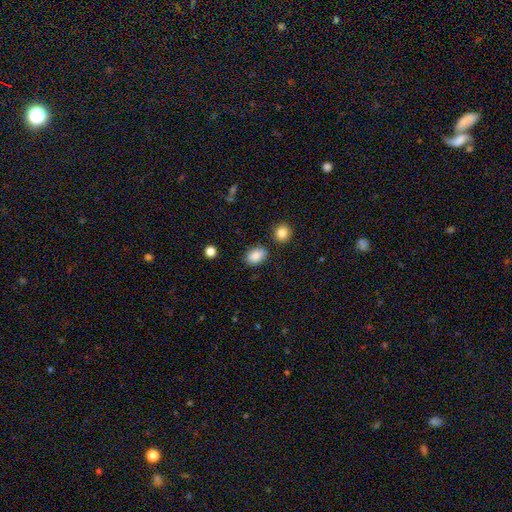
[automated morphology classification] smooth-or-featured: smooth: 87% | star or artifact: 9% | featured or disk: 5%
  how-rounded: in between: 80% | round: 18% | cigar-shaped: 1%
  merging: none: 80% | minor disturbance: 13% | merger: 4% | major disturbance: 3%